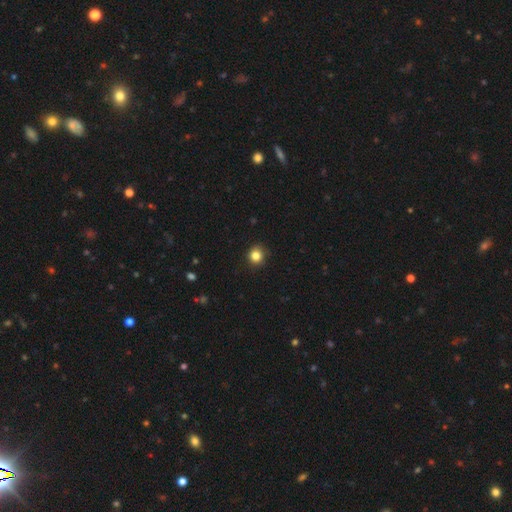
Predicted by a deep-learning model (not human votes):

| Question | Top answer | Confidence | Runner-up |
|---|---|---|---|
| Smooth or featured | smooth | 83% | star or artifact (12%) |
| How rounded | round | 89% | in between (10%) |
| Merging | none | 88% | minor disturbance (9%) |